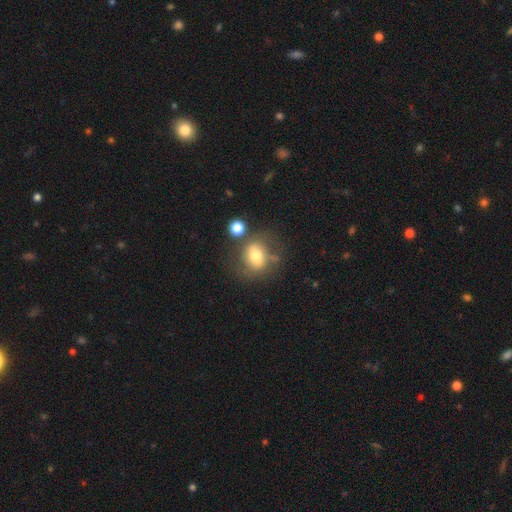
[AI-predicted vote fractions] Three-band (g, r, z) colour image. It shows a smooth galaxy with no disk features (61%) that is round (53%). Merging: none (52%).